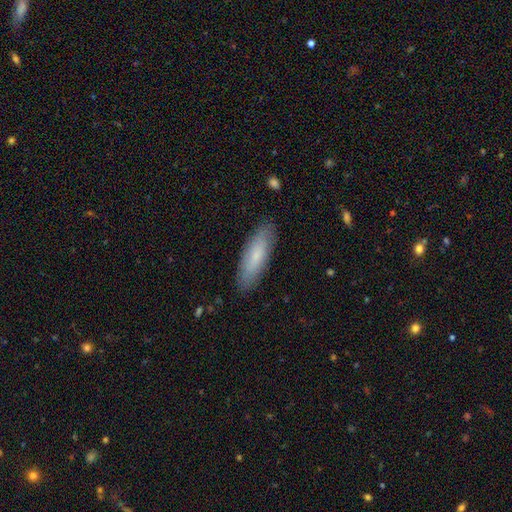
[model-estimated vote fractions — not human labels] smooth 73%, featured or disk 21%, star or artifact 6%. Down the decision tree: how rounded — cigar-shaped (54%); merging — none (88%).